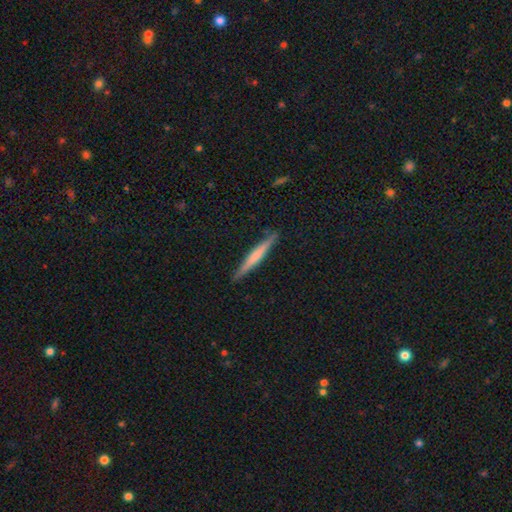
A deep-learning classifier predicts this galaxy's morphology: Smooth or featured?
  - smooth: 50% *
  - featured or disk: 45%
  - star or artifact: 6%
Merging?
  - none: 90% *
  - minor disturbance: 7%
  - major disturbance: 1%
  - merger: 1%